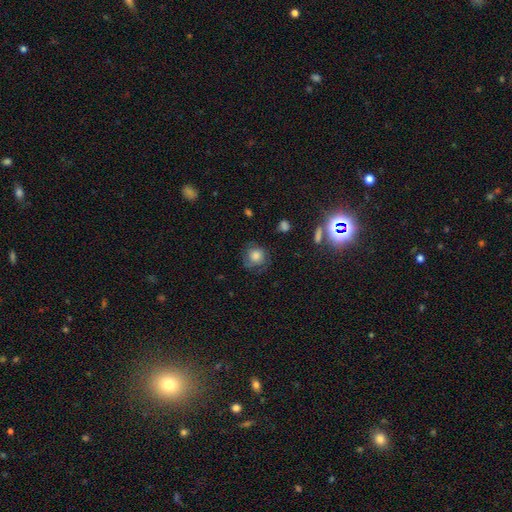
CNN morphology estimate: Smooth or featured? smooth (65%)
How rounded? round (87%)
Merging? none (67%)